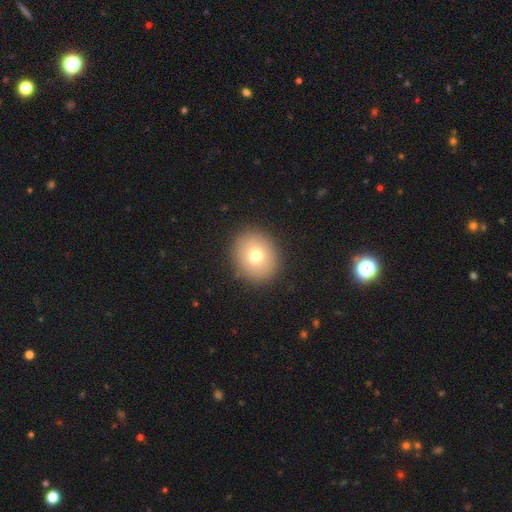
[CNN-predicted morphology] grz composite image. It shows a smooth galaxy with no disk features (72%) that is round (76%). Merging: none (90%).